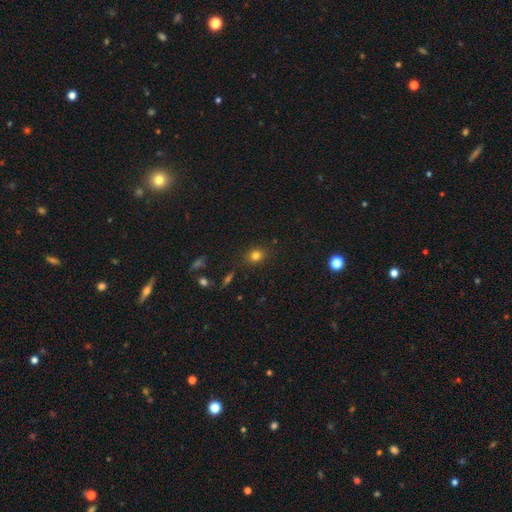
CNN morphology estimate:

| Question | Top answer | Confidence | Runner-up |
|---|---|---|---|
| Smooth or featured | smooth | 78% | star or artifact (15%) |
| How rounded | round | 65% | in between (33%) |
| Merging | none | 85% | minor disturbance (10%) |